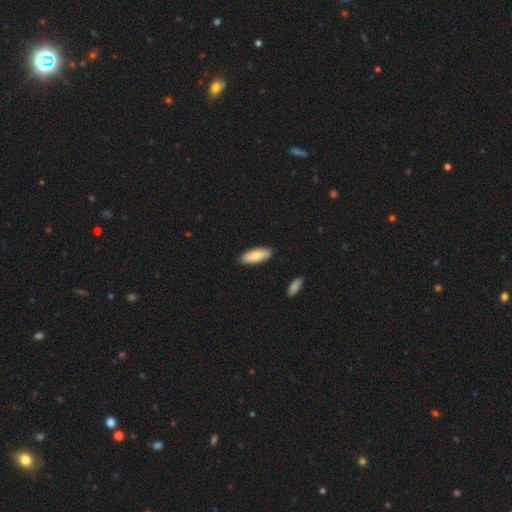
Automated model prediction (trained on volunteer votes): This is likely a smooth galaxy (76%). How rounded: likely in between (73%). Merging: clearly none (87%).